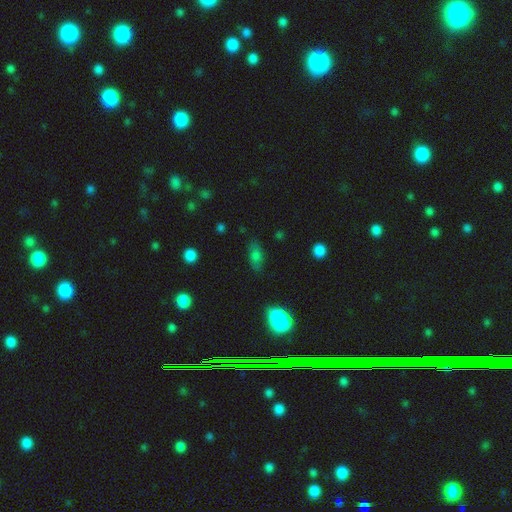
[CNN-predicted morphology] A smooth galaxy with no disk features (69%) that is in between round and cigar-shaped (80%).

Vote fractions:
- Smooth or featured? smooth: 69% / featured or disk: 16% / star or artifact: 15%
- How rounded? in between: 80% / cigar-shaped: 12% / round: 8%
- Merging? none: 77% / minor disturbance: 16% / major disturbance: 5% / merger: 2%